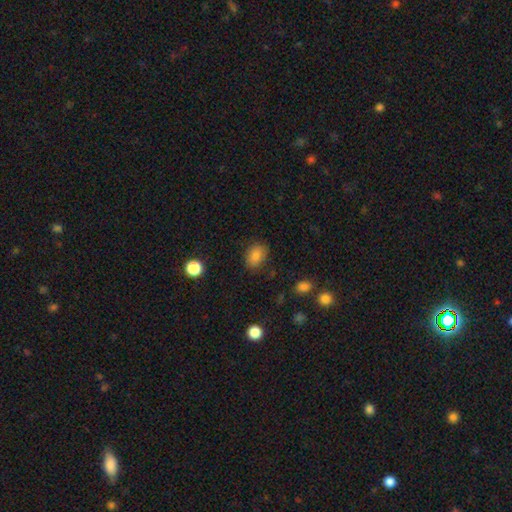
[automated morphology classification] type=smooth (85%); roundness=in between (74%); merging=none (82%).